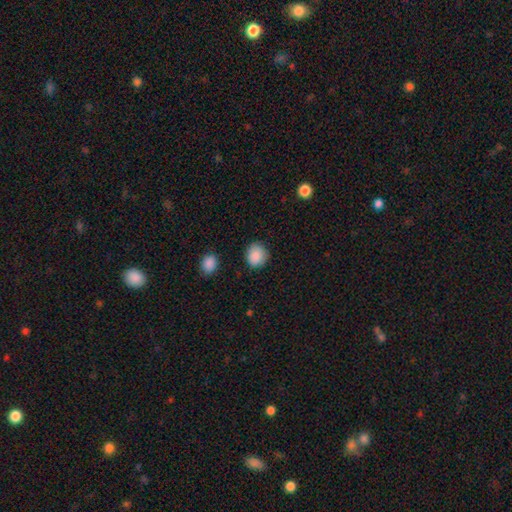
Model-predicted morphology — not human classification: Smooth or featured? smooth (89%)
How rounded? round (79%)
Merging? none (85%)